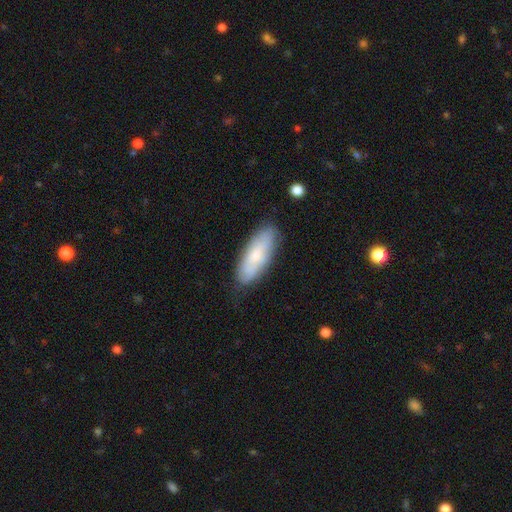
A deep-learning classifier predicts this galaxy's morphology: Smooth or featured? Predicted: smooth (p=0.61). How rounded? Predicted: in between (p=0.70). Merging? Predicted: none (p=0.78).